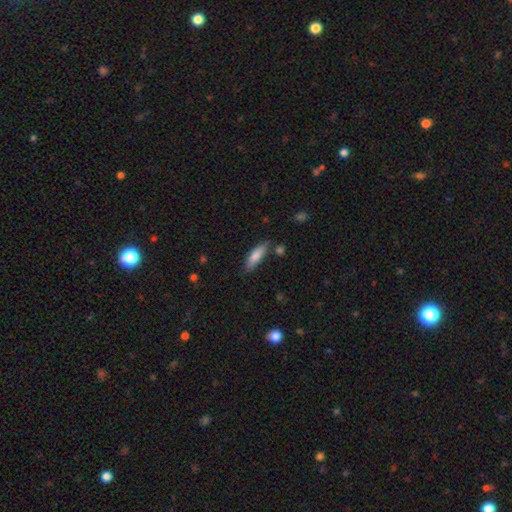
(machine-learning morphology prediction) Smooth or featured?
  - smooth: 80% *
  - featured or disk: 14%
  - star or artifact: 6%
How rounded?
  - cigar-shaped: 56% *
  - in between: 43%
  - round: 2%
Merging?
  - none: 76% *
  - minor disturbance: 16%
  - merger: 5%
  - major disturbance: 3%